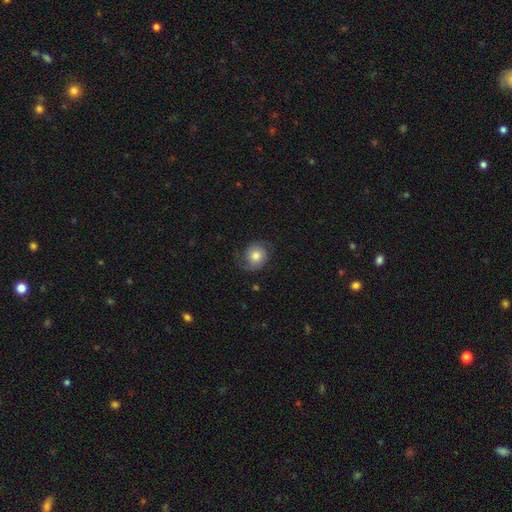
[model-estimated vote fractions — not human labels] Smooth or featured: smooth — 49% (featured or disk — 42%)
Merging: none — 70% (minor disturbance — 20%)